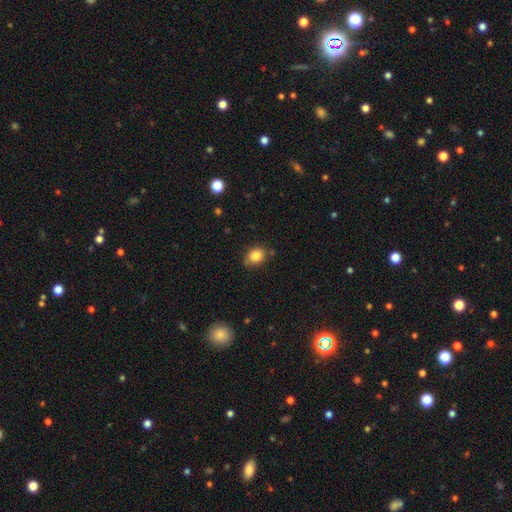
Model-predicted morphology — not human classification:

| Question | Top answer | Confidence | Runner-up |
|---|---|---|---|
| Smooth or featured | smooth | 85% | star or artifact (9%) |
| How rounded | in between | 54% | round (44%) |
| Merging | none | 74% | minor disturbance (19%) |